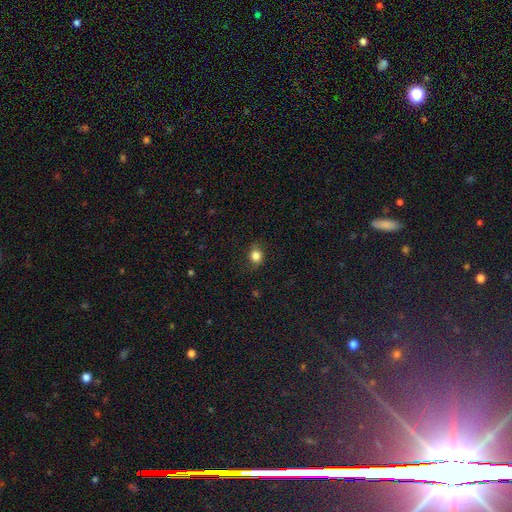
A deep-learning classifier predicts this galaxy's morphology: This appears to be a smooth galaxy with no disk features (83%) that is round (68%). Merging: none (80%).